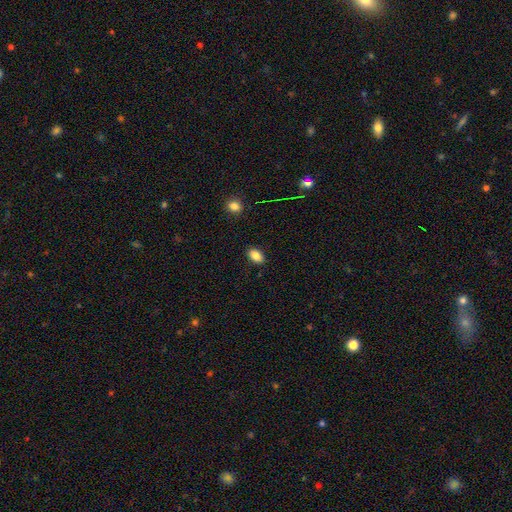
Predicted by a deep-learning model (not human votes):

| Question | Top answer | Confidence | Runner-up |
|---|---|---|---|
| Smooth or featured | smooth | 84% | star or artifact (9%) |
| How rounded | in between | 88% | round (11%) |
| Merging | none | 88% | minor disturbance (9%) |